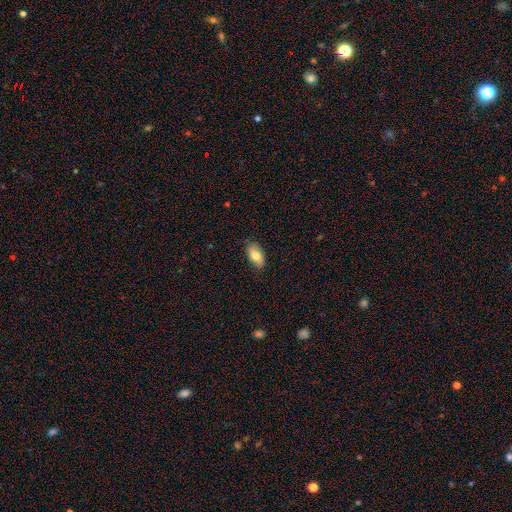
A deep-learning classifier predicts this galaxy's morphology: Q: Smooth or featured?
A: smooth (77%); runner-up: featured or disk (17%)
Q: How rounded?
A: in between (93%); runner-up: cigar-shaped (3%)
Q: Merging?
A: none (83%); runner-up: minor disturbance (14%)